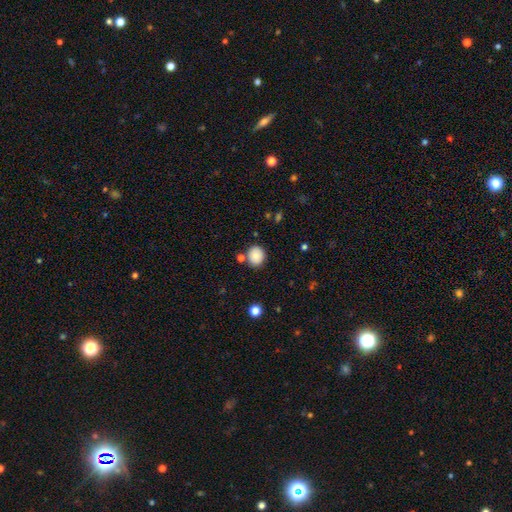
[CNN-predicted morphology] Smooth or featured: smooth — 83% (star or artifact — 9%)
How rounded: round — 73% (in between — 26%)
Merging: none — 79% (minor disturbance — 11%)